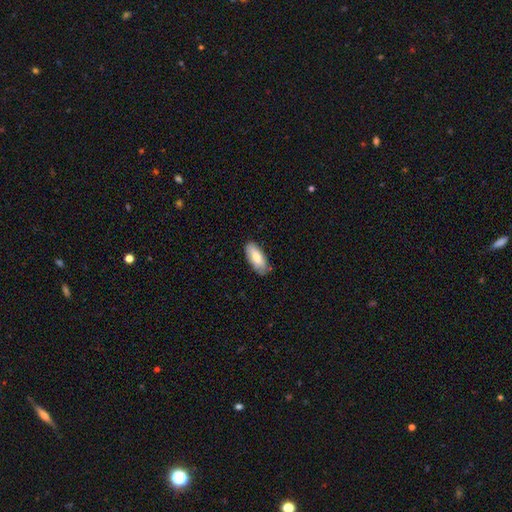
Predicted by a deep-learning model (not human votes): Overall: smooth (76%). How rounded: in between (84%). Merging: none (78%).